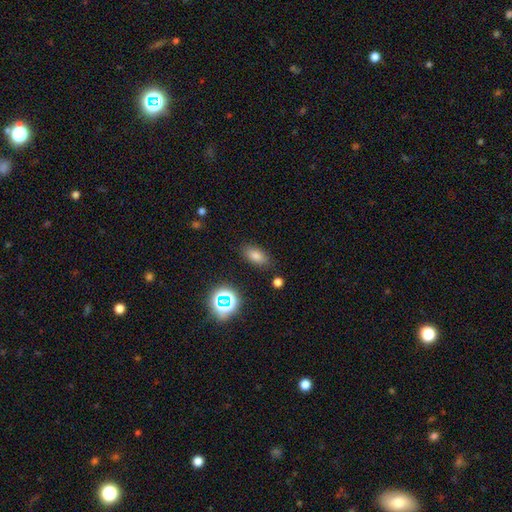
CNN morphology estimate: Smooth or featured: smooth — 74% (star or artifact — 16%)
How rounded: in between — 86% (round — 8%)
Merging: none — 83% (minor disturbance — 11%)